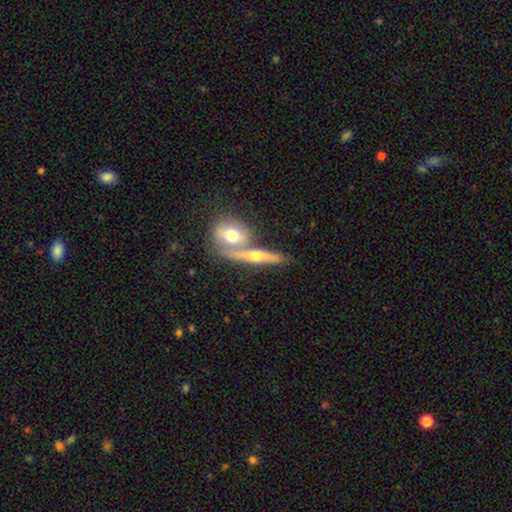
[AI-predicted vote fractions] smooth_or_featured: featured or disk (p=0.56) [alt: smooth p=0.37]
disk_edge_on: yes (p=0.84) [alt: no p=0.16]
merging: none (p=0.51) [alt: merger p=0.35]